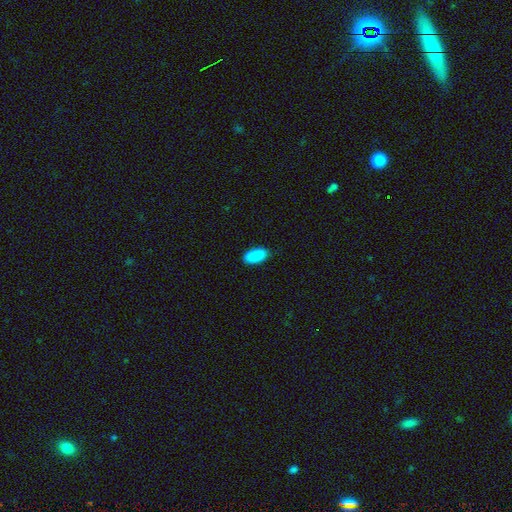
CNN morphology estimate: Overall: smooth (90%). How rounded: in between (94%). Merging: none (86%).